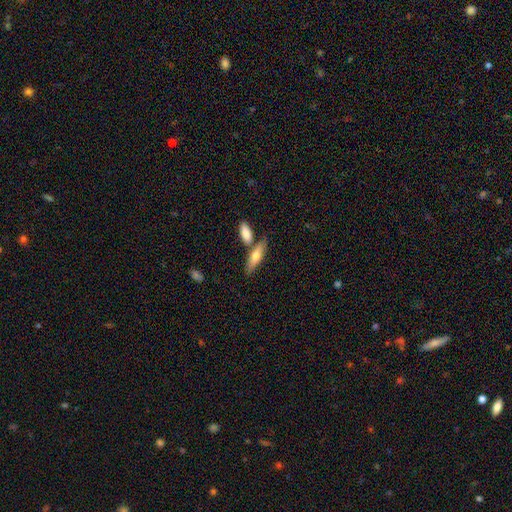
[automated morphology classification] Smooth or featured: smooth — 64% (featured or disk — 31%)
How rounded: cigar-shaped — 51% (in between — 46%)
Merging: none — 63% (merger — 22%)